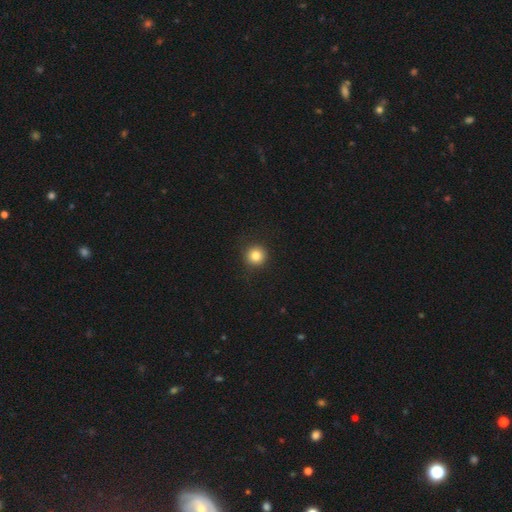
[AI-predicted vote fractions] smooth-or-featured: smooth: 83% | star or artifact: 11% | featured or disk: 6%
  how-rounded: round: 95% | in between: 4% | cigar-shaped: 1%
  merging: none: 91% | minor disturbance: 6% | major disturbance: 2% | merger: 1%